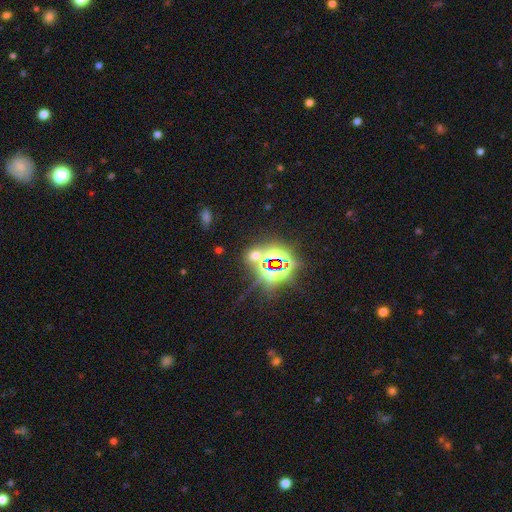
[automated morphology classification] smooth-or-featured: star or artifact: 65% | smooth: 26% | featured or disk: 8%